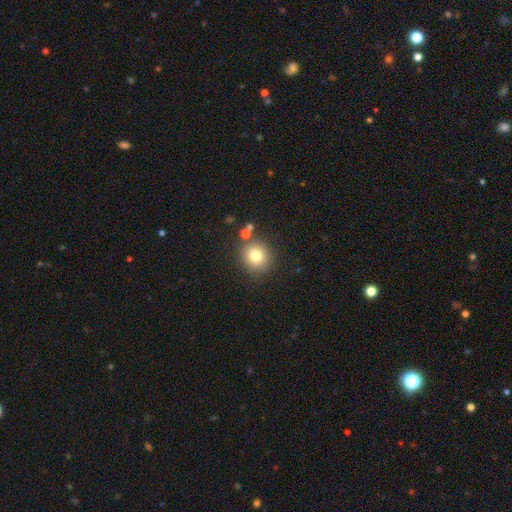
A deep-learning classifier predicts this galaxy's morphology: Smooth or featured?
  - smooth: 78% *
  - star or artifact: 13%
  - featured or disk: 10%
How rounded?
  - round: 90% *
  - in between: 9%
  - cigar-shaped: 1%
Merging?
  - none: 82% *
  - minor disturbance: 8%
  - merger: 6%
  - major disturbance: 3%